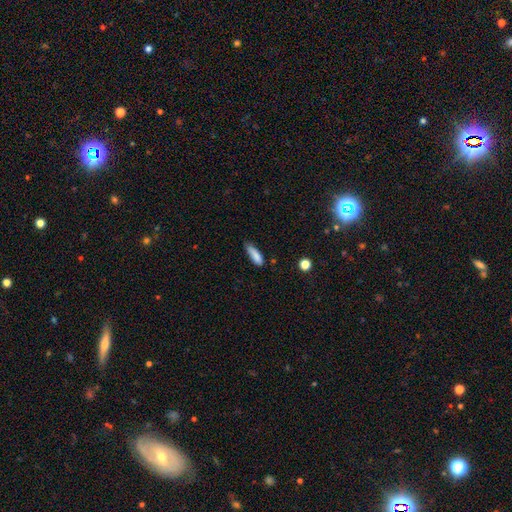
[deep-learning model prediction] This appears to be a smooth galaxy with no disk features (83%) that is cigar-shaped (58%). Merging: none (55%).